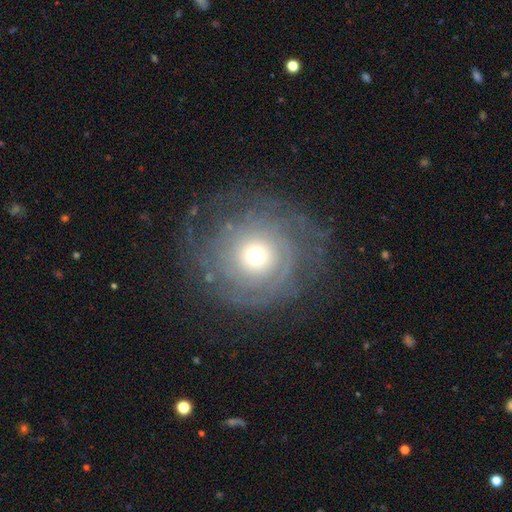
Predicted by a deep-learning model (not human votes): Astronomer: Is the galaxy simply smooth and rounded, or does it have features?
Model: featured or disk — 73%.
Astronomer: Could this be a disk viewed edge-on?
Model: no — 97%.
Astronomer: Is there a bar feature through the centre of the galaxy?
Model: no — 85%.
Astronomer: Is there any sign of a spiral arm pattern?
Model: yes — 85%.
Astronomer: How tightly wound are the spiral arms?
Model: tight — 73%.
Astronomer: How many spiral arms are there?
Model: can't tell — 46%.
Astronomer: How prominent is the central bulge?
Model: moderate — 54% (runner-up: small, 34%).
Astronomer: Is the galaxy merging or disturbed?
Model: none — 74%.